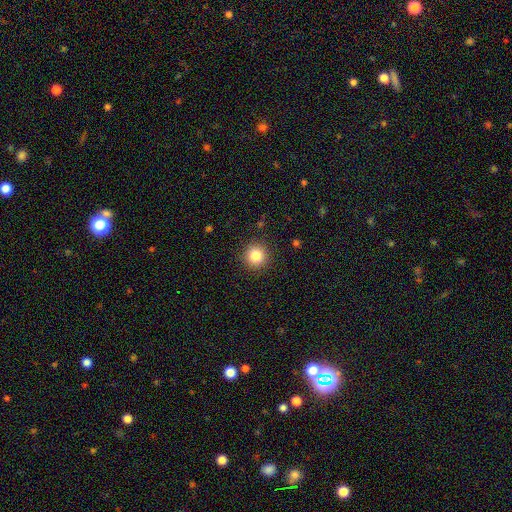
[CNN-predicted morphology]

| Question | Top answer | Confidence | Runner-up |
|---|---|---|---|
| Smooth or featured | smooth | 83% | star or artifact (11%) |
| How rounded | round | 95% | in between (5%) |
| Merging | none | 91% | minor disturbance (6%) |